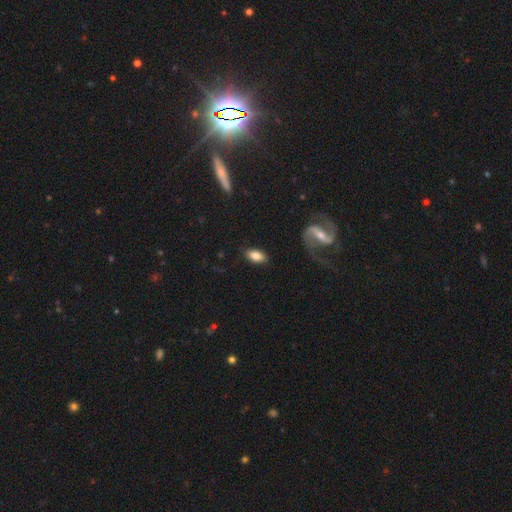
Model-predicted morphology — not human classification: A smooth galaxy with no disk features (78%) that is in between round and cigar-shaped (92%).

Vote fractions:
- Smooth or featured? smooth: 78% / featured or disk: 15% / star or artifact: 7%
- How rounded? in between: 92% / round: 5% / cigar-shaped: 4%
- Merging? none: 84% / minor disturbance: 11% / major disturbance: 4% / merger: 2%